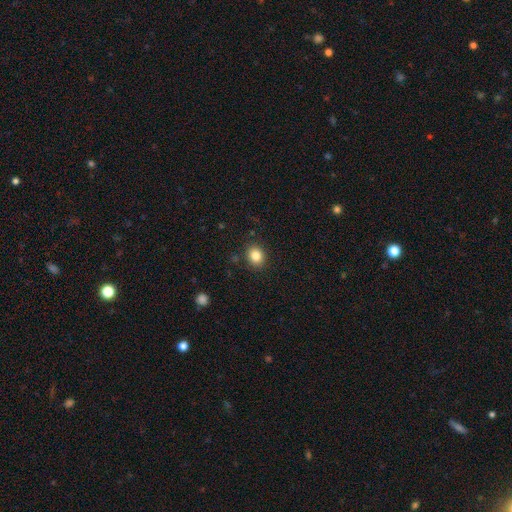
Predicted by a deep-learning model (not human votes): Morphology: type=smooth (83%); roundness=round (68%); merging=none (88%).